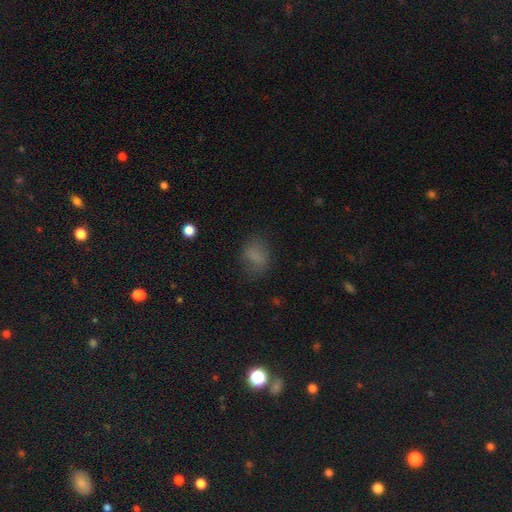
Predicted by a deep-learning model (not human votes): Overall: smooth (76%). How rounded: in between (59%; round 39%). Merging: none (67%).